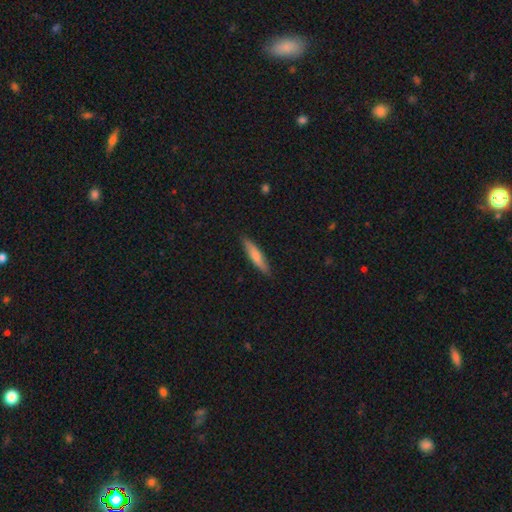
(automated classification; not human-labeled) Morphology: type=smooth (73%); roundness=cigar-shaped (86%); merging=none (88%).